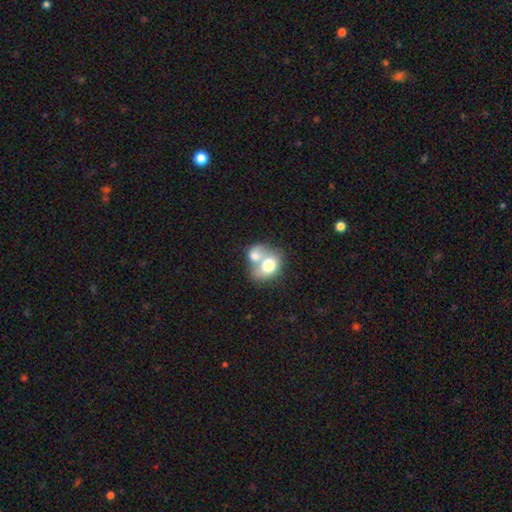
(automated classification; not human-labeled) smooth-or-featured: smooth: 68% | featured or disk: 24% | star or artifact: 8%
  how-rounded: in between: 54% | round: 45% | cigar-shaped: 1%
  merging: merger: 74% | none: 15% | minor disturbance: 6% | major disturbance: 5%